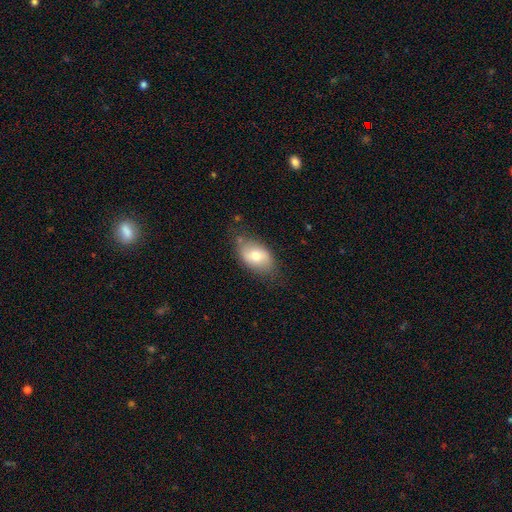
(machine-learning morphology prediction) A smooth galaxy with no disk features (71%) that is in between round and cigar-shaped (90%).

Vote fractions:
- Smooth or featured? smooth: 71% / featured or disk: 23% / star or artifact: 7%
- How rounded? in between: 90% / round: 8% / cigar-shaped: 2%
- Merging? none: 68% / minor disturbance: 23% / major disturbance: 6% / merger: 2%